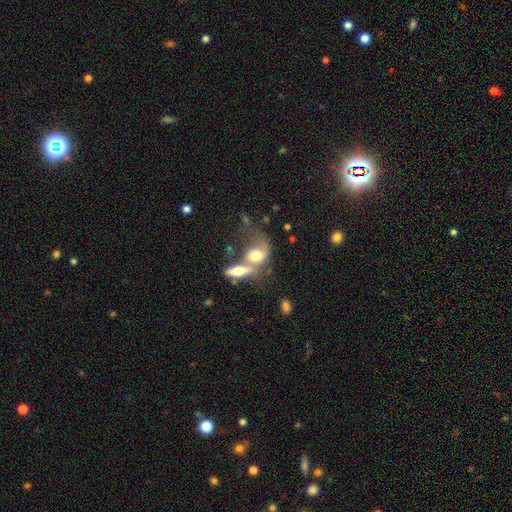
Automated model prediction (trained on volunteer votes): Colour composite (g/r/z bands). It shows a smooth galaxy with no disk features (51%) that is in between round and cigar-shaped (67%). Merging: merger (61%).